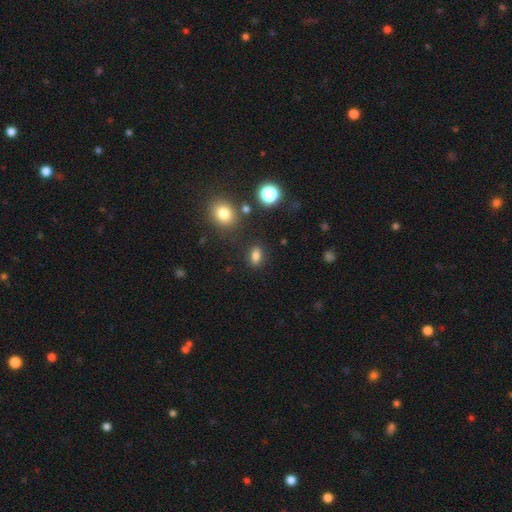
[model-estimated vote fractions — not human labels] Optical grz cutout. It shows a smooth galaxy with no disk features (79%) that is in between round and cigar-shaped (77%). Merging: none (85%).